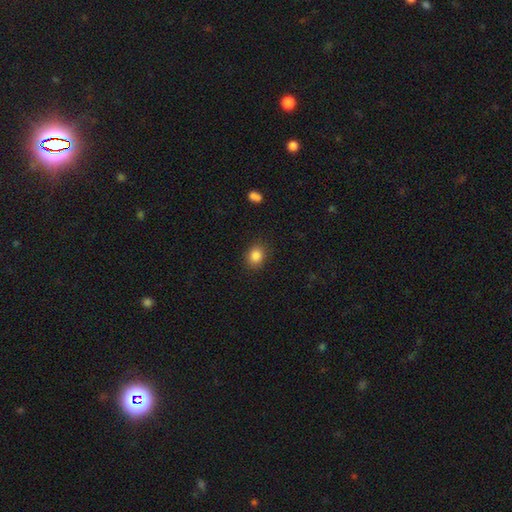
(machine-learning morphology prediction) Q: Smooth or featured?
A: smooth (86%); runner-up: star or artifact (10%)
Q: How rounded?
A: round (54%); runner-up: in between (45%)
Q: Merging?
A: none (86%); runner-up: minor disturbance (10%)